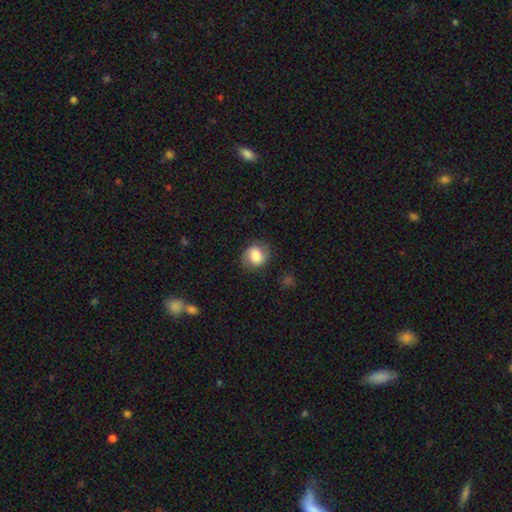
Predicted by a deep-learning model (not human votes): smooth 65%, featured or disk 27%, star or artifact 9%. Down the decision tree: how rounded — round (62%); merging — none (77%).